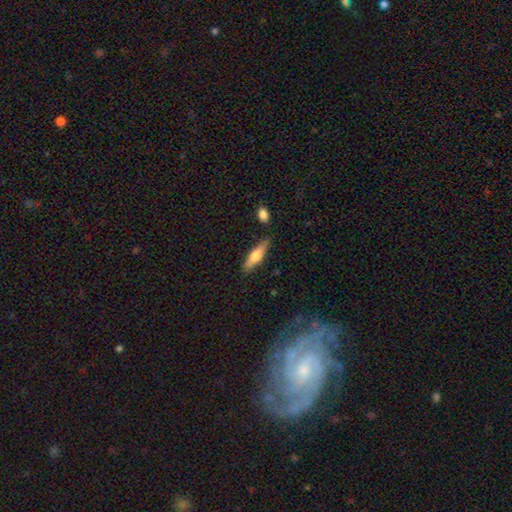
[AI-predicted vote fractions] The model was most divided on "smooth or featured": smooth: 56%, featured or disk: 38%, star or artifact: 6%. More confident: merging — none (81%); how rounded — cigar-shaped (67%).